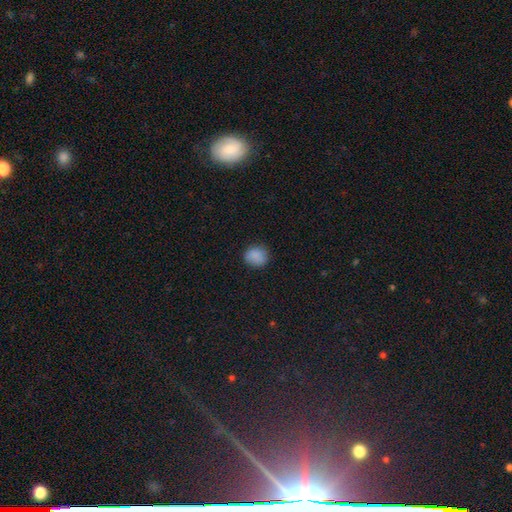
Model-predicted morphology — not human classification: The model was most divided on "how rounded": round: 83%, in between: 16%, cigar-shaped: 1%. More confident: smooth or featured — smooth (86%); merging — none (84%).